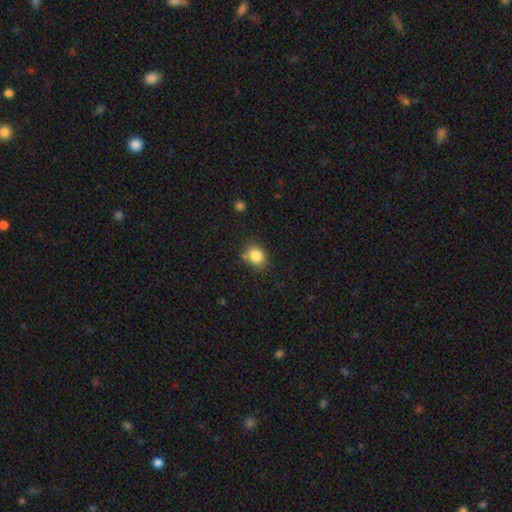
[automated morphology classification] type=smooth (84%); roundness=round (56%); merging=none (73%).